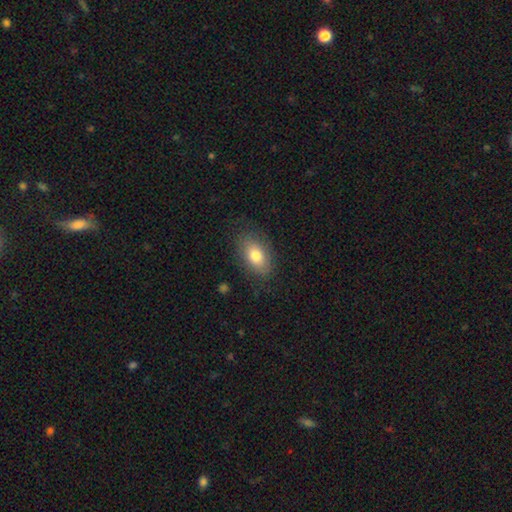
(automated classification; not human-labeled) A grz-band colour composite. It shows a smooth galaxy with no disk features (77%) that is in between round and cigar-shaped (89%). Merging: none (81%).